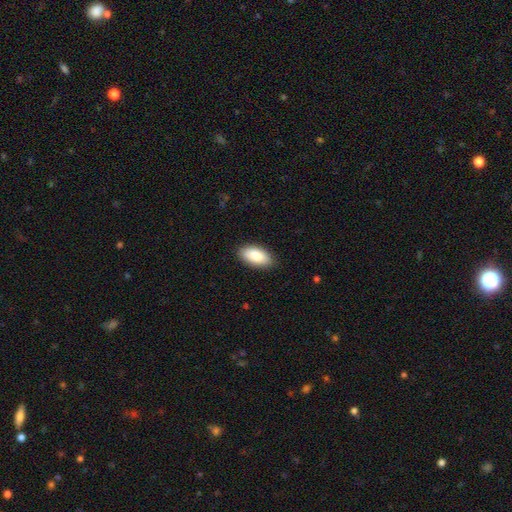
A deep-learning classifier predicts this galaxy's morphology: Q: Smooth or featured?
A: smooth (88%); runner-up: star or artifact (6%)
Q: How rounded?
A: in between (94%); runner-up: cigar-shaped (4%)
Q: Merging?
A: none (87%); runner-up: minor disturbance (10%)